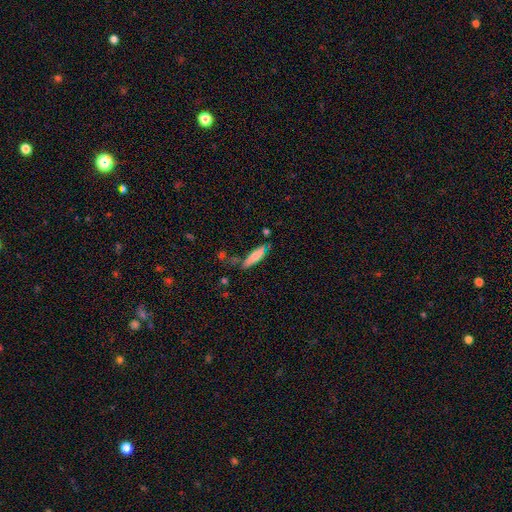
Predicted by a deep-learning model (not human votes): A smooth galaxy with no disk features (72%) that is cigar-shaped (73%).

Vote fractions:
- Smooth or featured? smooth: 72% / featured or disk: 21% / star or artifact: 7%
- How rounded? cigar-shaped: 73% / in between: 25% / round: 2%
- Merging? none: 61% / minor disturbance: 23% / merger: 9% / major disturbance: 7%